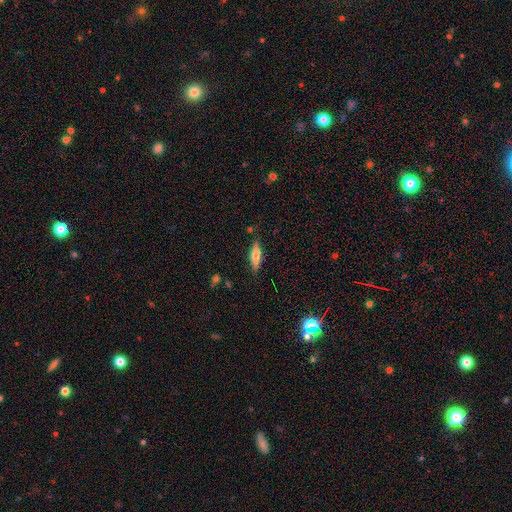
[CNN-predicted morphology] smooth 52%, featured or disk 41%, star or artifact 7%. Down the decision tree: how rounded — cigar-shaped (65%); merging — none (85%).